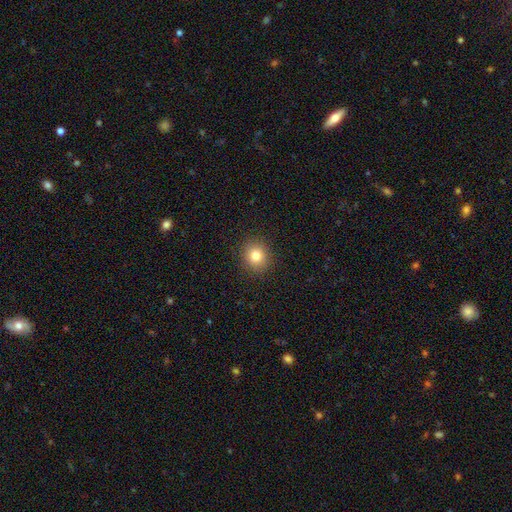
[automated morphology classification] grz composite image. It shows a smooth galaxy with no disk features (82%) that is round (83%). Merging: none (91%).